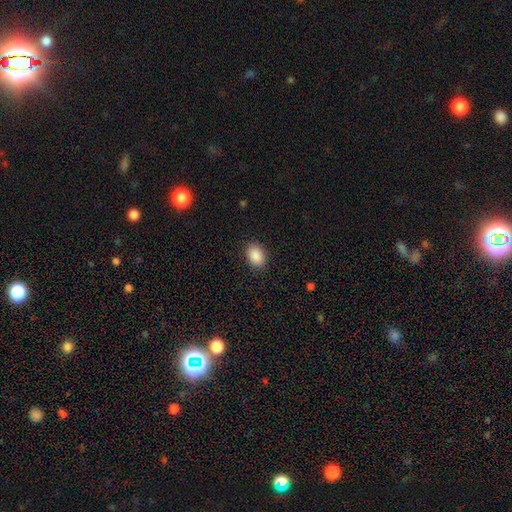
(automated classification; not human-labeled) Smooth or featured? smooth (90%)
How rounded? in between (79%)
Merging? none (88%)